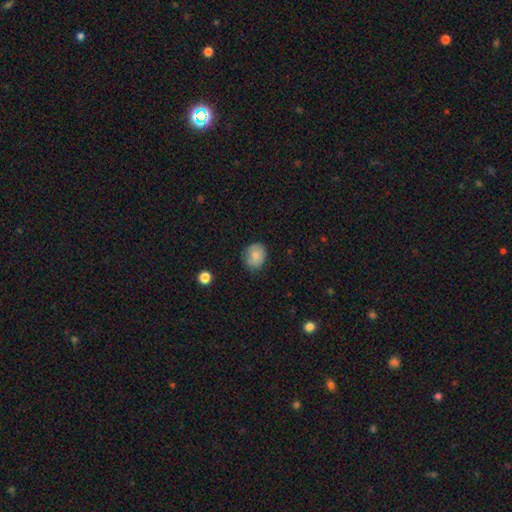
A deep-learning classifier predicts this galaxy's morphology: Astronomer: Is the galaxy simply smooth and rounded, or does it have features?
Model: smooth — 78%.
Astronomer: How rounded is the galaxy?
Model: round — 60% (runner-up: in between, 39%).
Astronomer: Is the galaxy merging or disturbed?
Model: none — 72%.